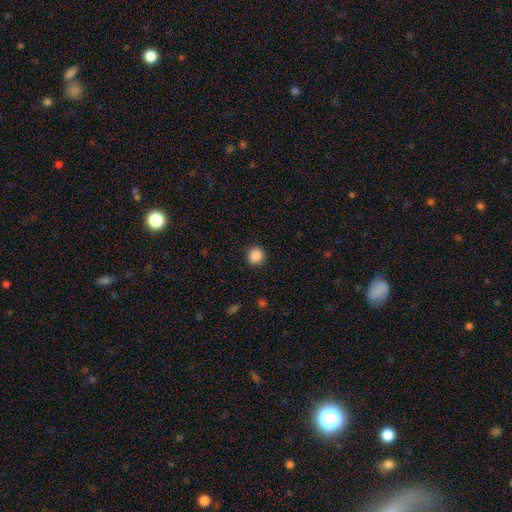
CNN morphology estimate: Q: Smooth or featured?
A: smooth (88%); runner-up: star or artifact (10%)
Q: How rounded?
A: round (92%); runner-up: in between (7%)
Q: Merging?
A: none (91%); runner-up: minor disturbance (6%)